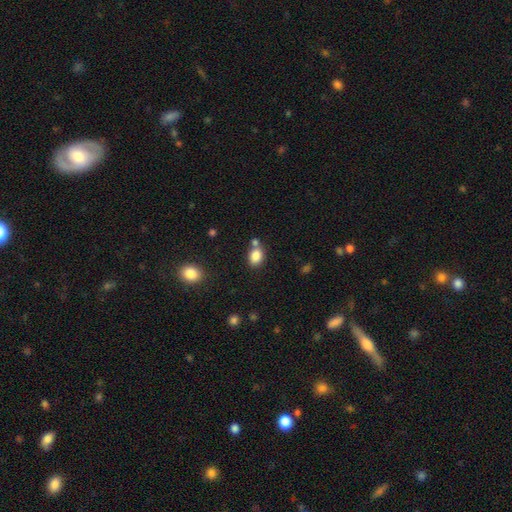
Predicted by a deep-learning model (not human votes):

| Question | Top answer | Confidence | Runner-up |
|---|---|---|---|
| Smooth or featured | smooth | 84% | star or artifact (10%) |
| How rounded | in between | 67% | round (32%) |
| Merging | none | 61% | merger (22%) |